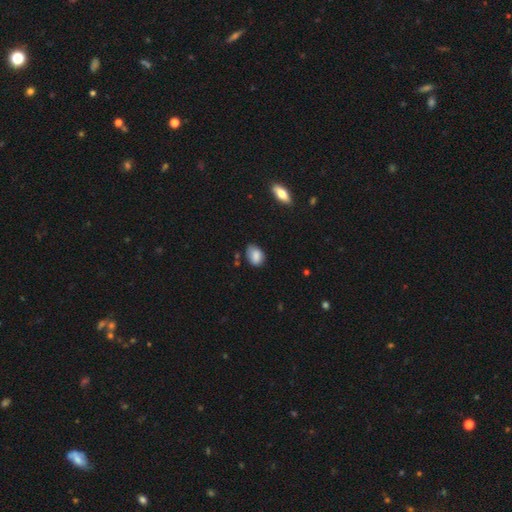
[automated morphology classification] Smooth or featured? smooth (85%)
How rounded? in between (78%)
Merging? none (64%)